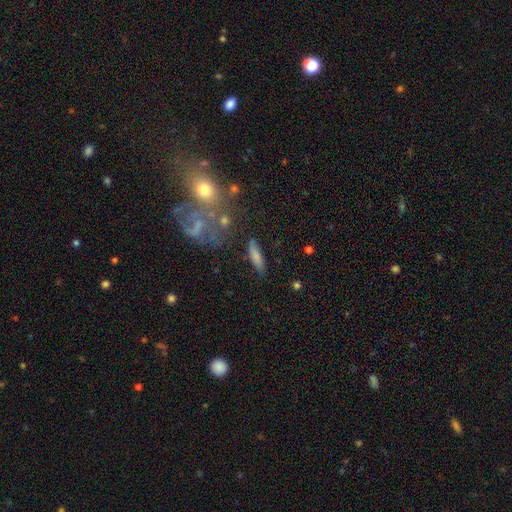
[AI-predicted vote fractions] Q: Smooth or featured?
A: smooth (73%); runner-up: featured or disk (19%)
Q: How rounded?
A: cigar-shaped (72%); runner-up: in between (26%)
Q: Merging?
A: none (77%); runner-up: minor disturbance (14%)